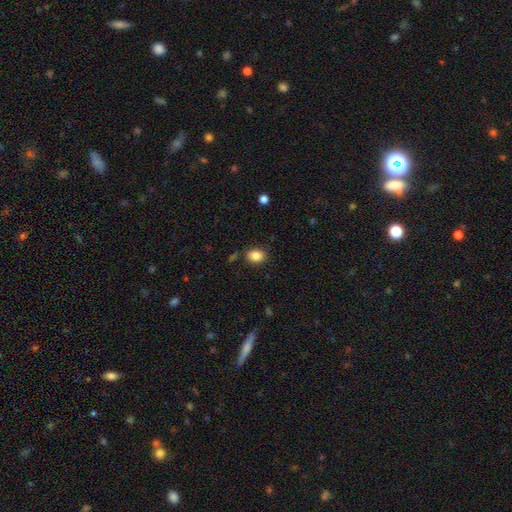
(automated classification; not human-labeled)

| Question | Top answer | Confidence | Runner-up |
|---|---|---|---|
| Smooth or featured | smooth | 85% | star or artifact (9%) |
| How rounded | in between | 65% | round (34%) |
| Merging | none | 83% | minor disturbance (11%) |